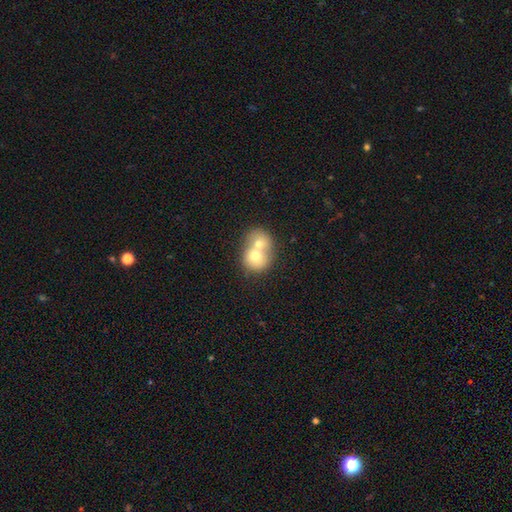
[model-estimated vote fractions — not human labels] smooth_or_featured: smooth (p=0.66) [alt: featured or disk p=0.26]
how_rounded: round (p=0.67) [alt: in between p=0.32]
merging: merger (p=0.75) [alt: none p=0.18]